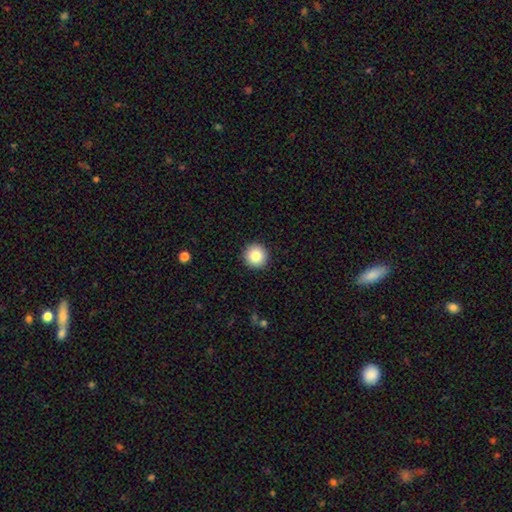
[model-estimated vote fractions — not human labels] A smooth galaxy with no disk features (84%) that is round (96%). Merging: none (92%).